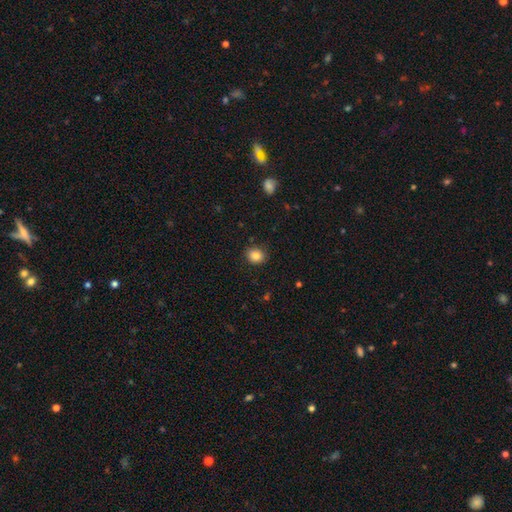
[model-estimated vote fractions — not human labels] Smooth or featured: smooth — 86% (star or artifact — 10%)
How rounded: round — 69% (in between — 30%)
Merging: none — 87% (minor disturbance — 9%)